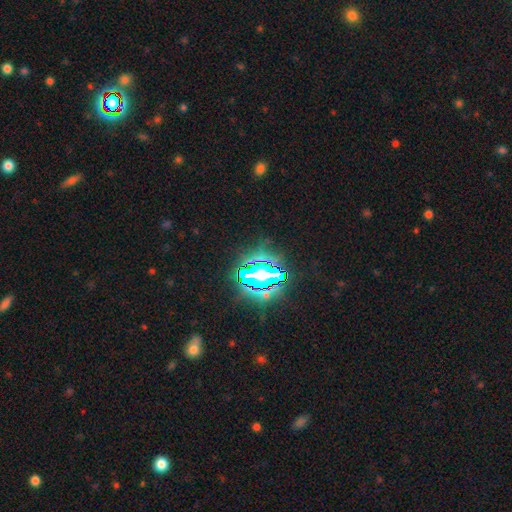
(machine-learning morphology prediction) Smooth or featured? Predicted: star or artifact (p=0.83).